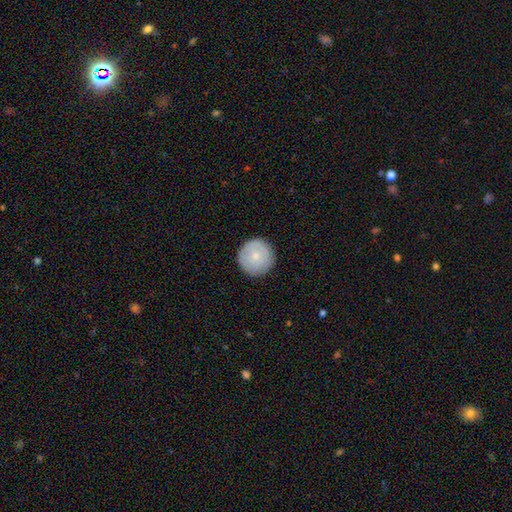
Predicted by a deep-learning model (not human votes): Smooth or featured?
  - smooth: 74% *
  - featured or disk: 19%
  - star or artifact: 6%
How rounded?
  - round: 96% *
  - in between: 3%
  - cigar-shaped: 1%
Merging?
  - none: 90% *
  - minor disturbance: 8%
  - major disturbance: 2%
  - merger: 1%